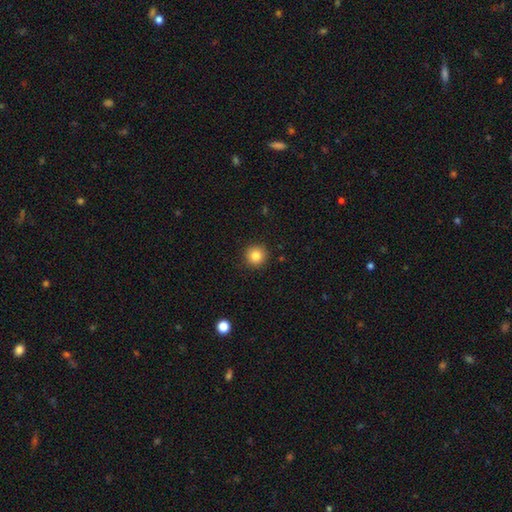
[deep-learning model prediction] Morphology: type=smooth (84%); roundness=round (95%); merging=none (92%).